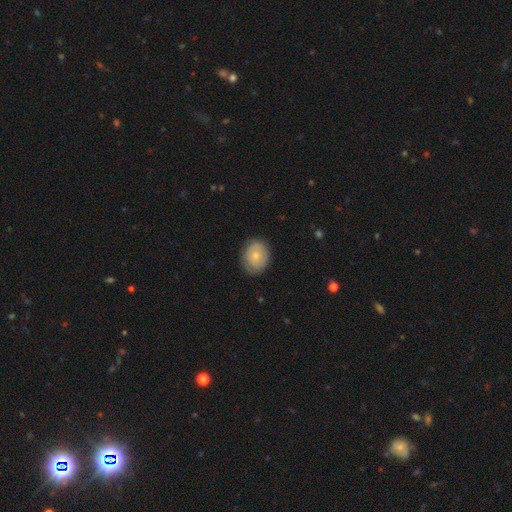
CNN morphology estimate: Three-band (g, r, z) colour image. It shows a smooth galaxy with no disk features (62%) that is round (53%). Merging: none (75%).